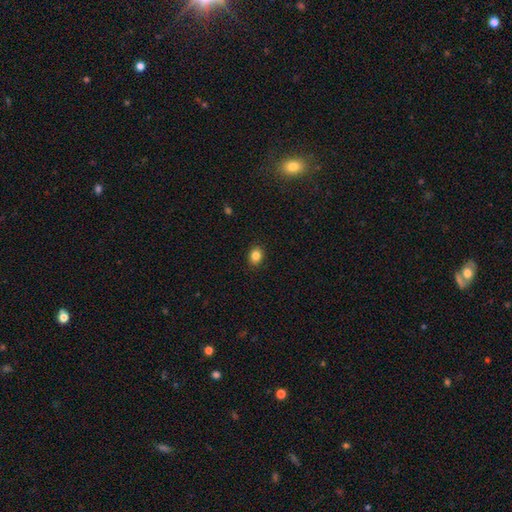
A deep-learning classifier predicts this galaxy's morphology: smooth_or_featured: smooth (p=0.85) [alt: star or artifact p=0.10]
how_rounded: round (p=0.51) [alt: in between p=0.48]
merging: none (p=0.90) [alt: minor disturbance p=0.07]